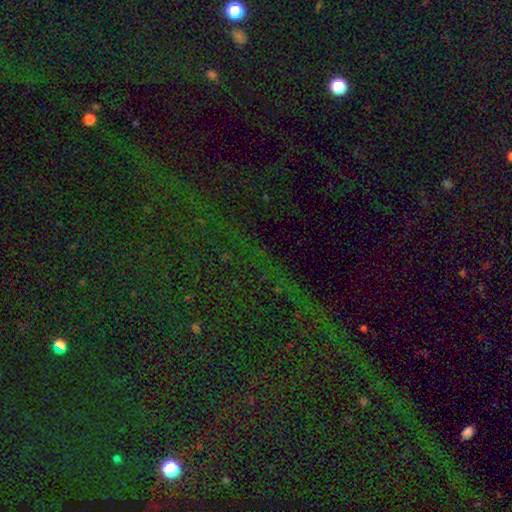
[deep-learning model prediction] The model was most divided on "smooth or featured": star or artifact: 78%, smooth: 12%, featured or disk: 10%.